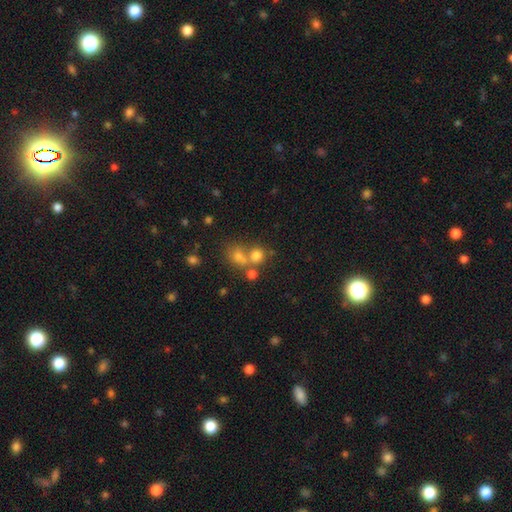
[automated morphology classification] smooth_or_featured: smooth (p=0.53) [alt: star or artifact p=0.32]
how_rounded: round (p=0.79) [alt: in between p=0.19]
merging: merger (p=0.46) [alt: none p=0.44]